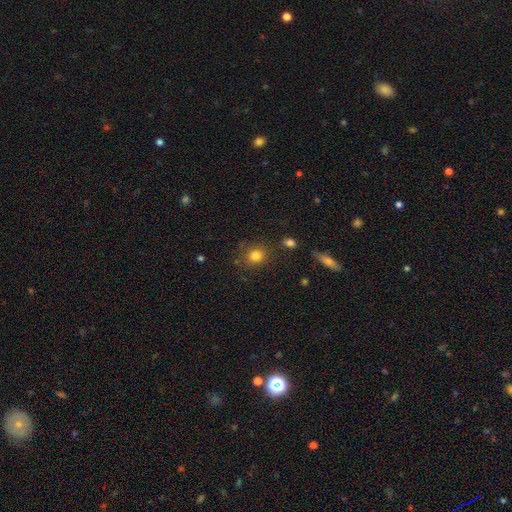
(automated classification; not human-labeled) Q: Smooth or featured?
A: smooth (81%); runner-up: star or artifact (12%)
Q: How rounded?
A: round (80%); runner-up: in between (19%)
Q: Merging?
A: none (78%); runner-up: minor disturbance (13%)